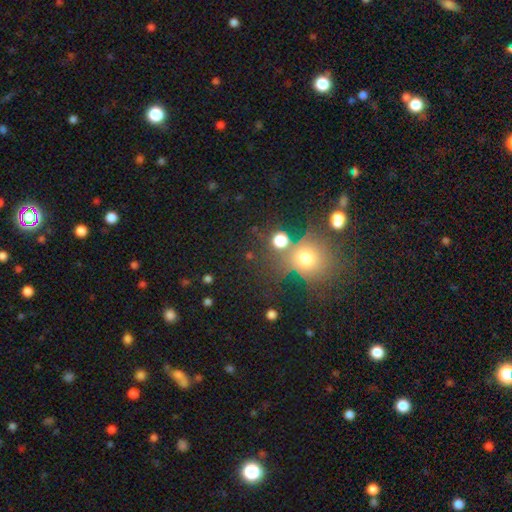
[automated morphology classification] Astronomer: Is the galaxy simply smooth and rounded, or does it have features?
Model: smooth — 50% (runner-up: star or artifact, 40%).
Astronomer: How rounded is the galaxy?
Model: round — 84%.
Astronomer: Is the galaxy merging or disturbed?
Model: none — 69%.